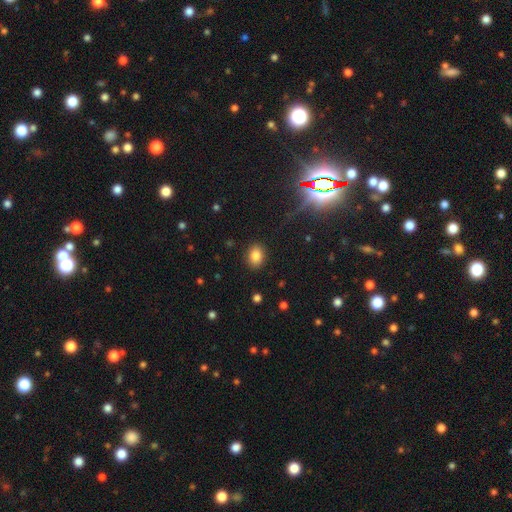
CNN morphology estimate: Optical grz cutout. It shows a smooth galaxy with no disk features (84%) that is in between round and cigar-shaped (67%). Merging: none (89%).